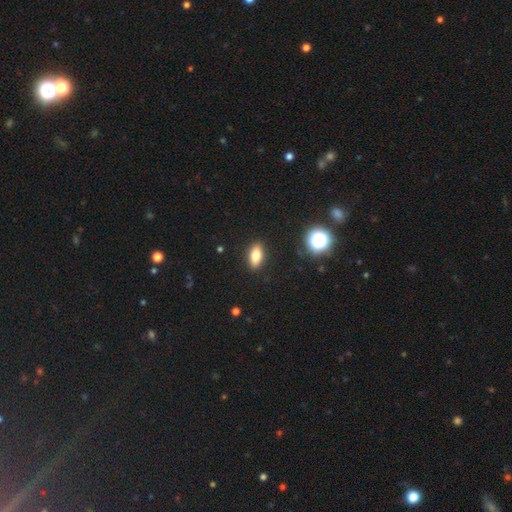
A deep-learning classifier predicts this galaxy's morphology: Smooth or featured?
  - smooth: 78% *
  - featured or disk: 12%
  - star or artifact: 10%
How rounded?
  - in between: 83% *
  - cigar-shaped: 11%
  - round: 6%
Merging?
  - none: 90% *
  - minor disturbance: 7%
  - major disturbance: 2%
  - merger: 1%